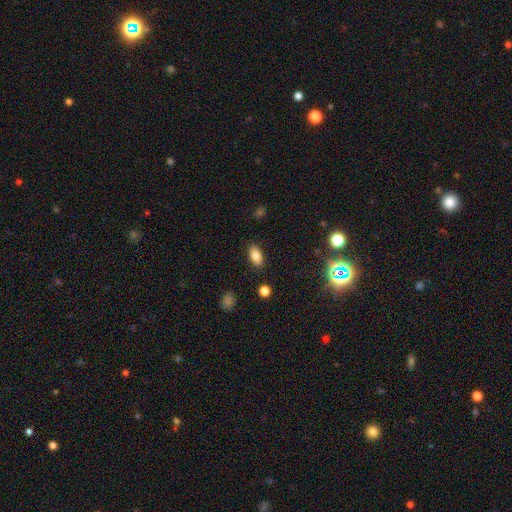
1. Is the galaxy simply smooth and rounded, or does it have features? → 86% smooth, 8% featured or disk, 5% star or artifact.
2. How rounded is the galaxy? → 94% in between, 6% round, 0% cigar-shaped.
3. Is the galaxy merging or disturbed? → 71% none, 26% minor disturbance, 3% major disturbance, 0% merger.